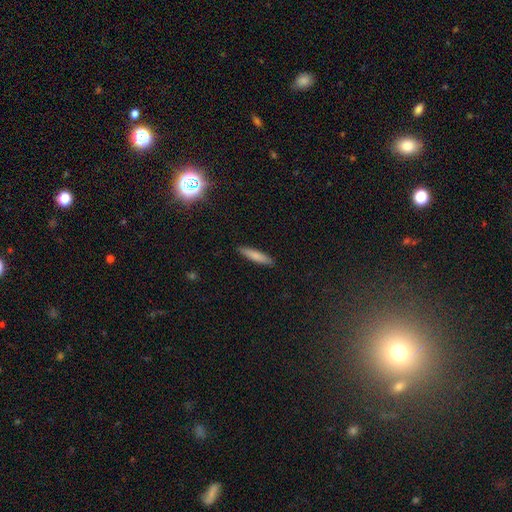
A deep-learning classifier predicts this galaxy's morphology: This is clearly a smooth galaxy (80%). How rounded: clearly cigar-shaped (86%). Merging: clearly none (90%).